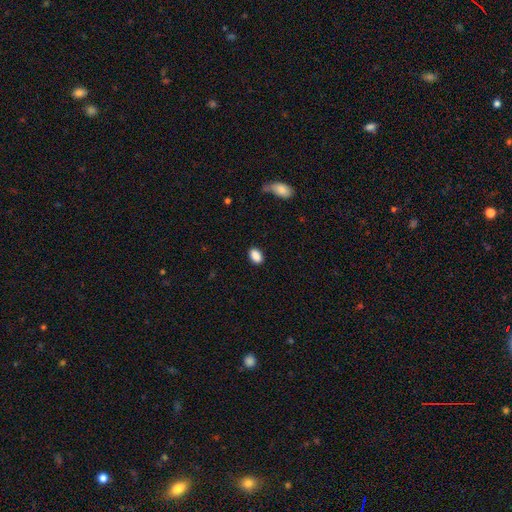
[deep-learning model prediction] A smooth galaxy with no disk features (89%) that is in between round and cigar-shaped (87%). Merging: none (87%).